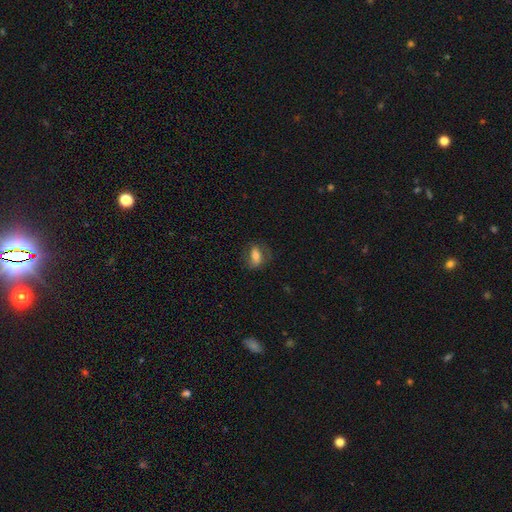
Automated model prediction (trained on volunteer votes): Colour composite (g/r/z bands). It shows a smooth galaxy with no disk features (62%) that is in between round and cigar-shaped (78%). Merging: none (70%).